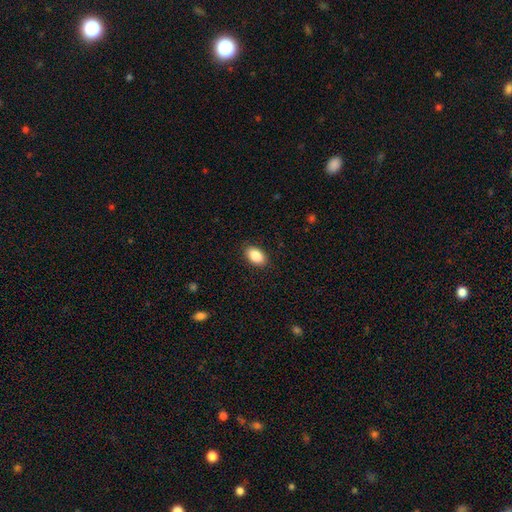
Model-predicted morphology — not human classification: This is clearly a smooth galaxy (87%). How rounded: clearly in between (92%). Merging: clearly none (89%).